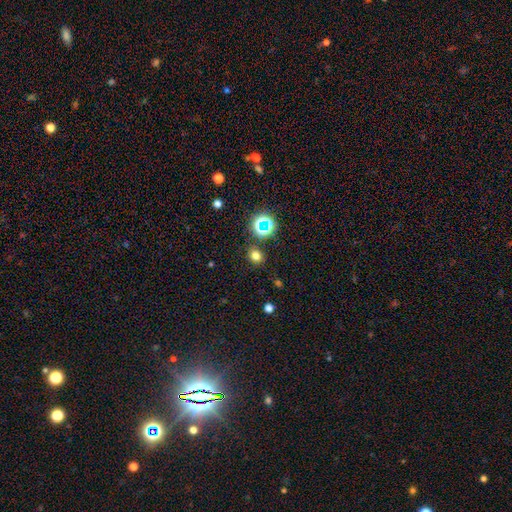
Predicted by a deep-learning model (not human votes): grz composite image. It shows a smooth galaxy with no disk features (73%) that is round (74%). Merging: none (86%).